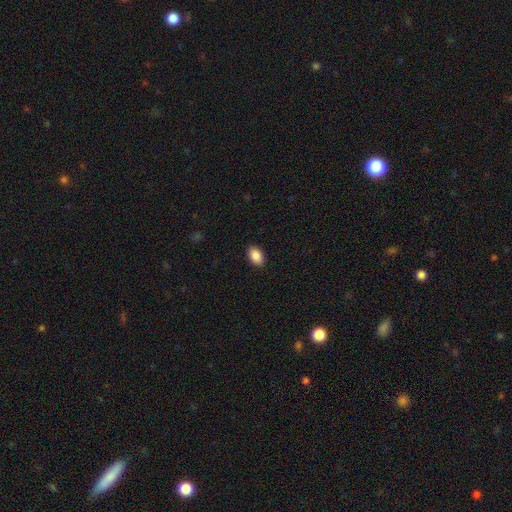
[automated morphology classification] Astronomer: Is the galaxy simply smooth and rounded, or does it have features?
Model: smooth — 89%.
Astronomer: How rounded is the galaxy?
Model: in between — 90%.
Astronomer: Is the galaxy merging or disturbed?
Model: none — 90%.